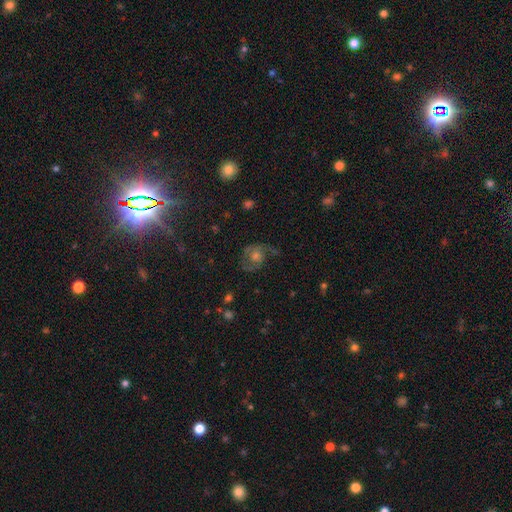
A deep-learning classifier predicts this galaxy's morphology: This is likely a featured or disk galaxy (60%). It is clearly not viewed edge-on (97%). Bar: likely no (78%). Spiral arm pattern: clearly yes (82%). Central bulge: possibly moderate (59%). Merging: likely none (64%).